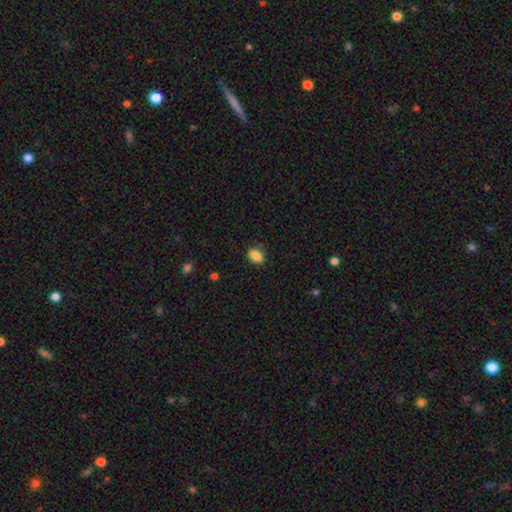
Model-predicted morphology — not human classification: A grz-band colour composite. It shows a smooth galaxy with no disk features (87%) that is in between round and cigar-shaped (86%). Merging: none (79%).